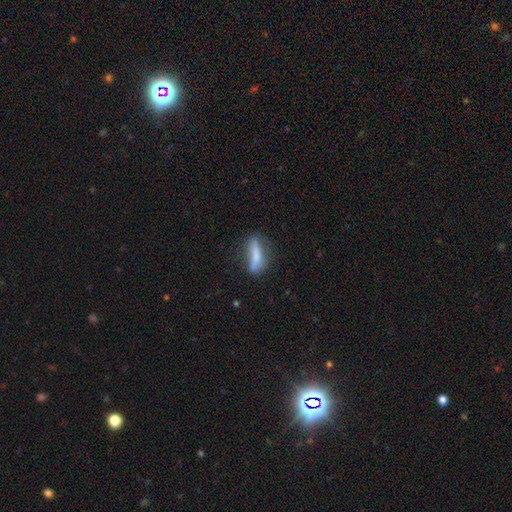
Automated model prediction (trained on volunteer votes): Q: Smooth or featured?
A: smooth (68%); runner-up: featured or disk (24%)
Q: How rounded?
A: cigar-shaped (65%); runner-up: in between (32%)
Q: Merging?
A: none (64%); runner-up: minor disturbance (23%)